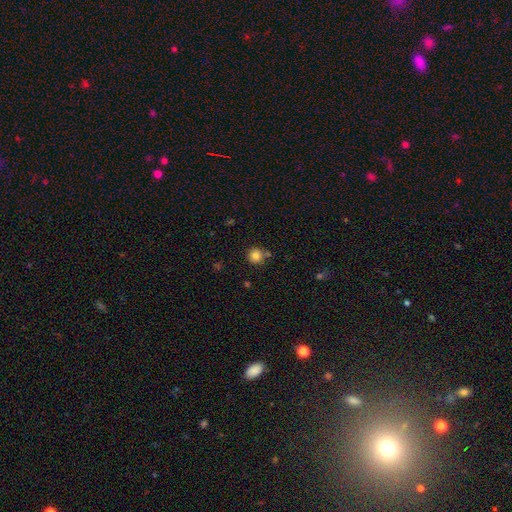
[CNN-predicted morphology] smooth-or-featured: smooth: 83% | star or artifact: 11% | featured or disk: 5%
  how-rounded: round: 94% | in between: 5% | cigar-shaped: 1%
  merging: none: 76% | merger: 11% | minor disturbance: 10% | major disturbance: 3%